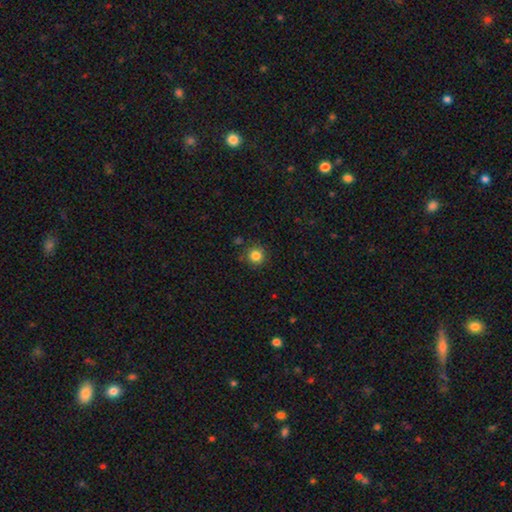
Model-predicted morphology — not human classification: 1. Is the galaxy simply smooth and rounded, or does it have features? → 82% smooth, 12% star or artifact, 6% featured or disk.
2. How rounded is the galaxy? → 93% round, 6% in between, 1% cigar-shaped.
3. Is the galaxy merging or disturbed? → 86% none, 9% minor disturbance, 3% major disturbance, 2% merger.